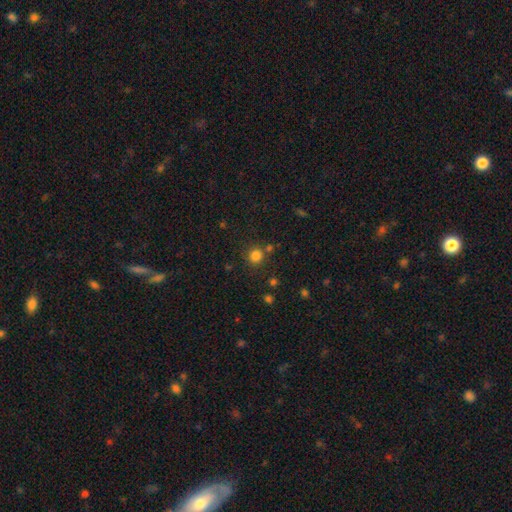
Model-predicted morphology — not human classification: smooth-or-featured: smooth: 81% | star or artifact: 14% | featured or disk: 5%
  how-rounded: round: 92% | in between: 7% | cigar-shaped: 1%
  merging: none: 78% | merger: 9% | minor disturbance: 9% | major disturbance: 3%